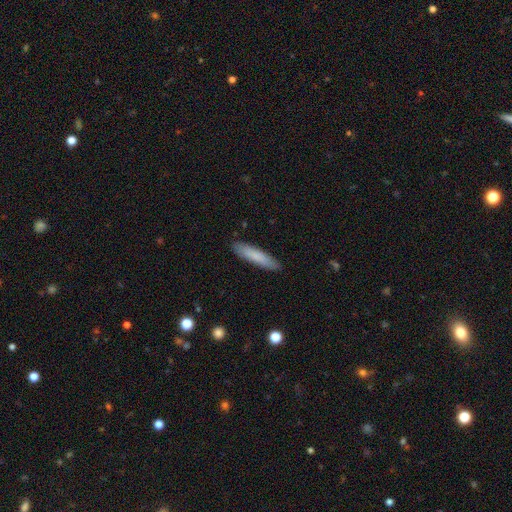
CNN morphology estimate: This is clearly a smooth galaxy (82%). How rounded: clearly cigar-shaped (86%). Merging: clearly none (89%).